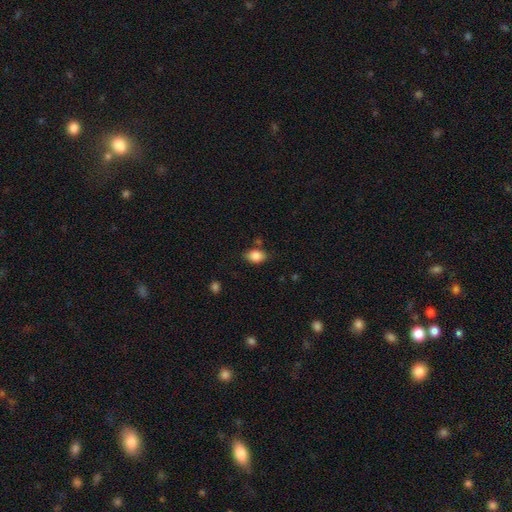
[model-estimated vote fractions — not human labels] Morphology: type=smooth (86%); roundness=in between (77%); merging=none (73%).